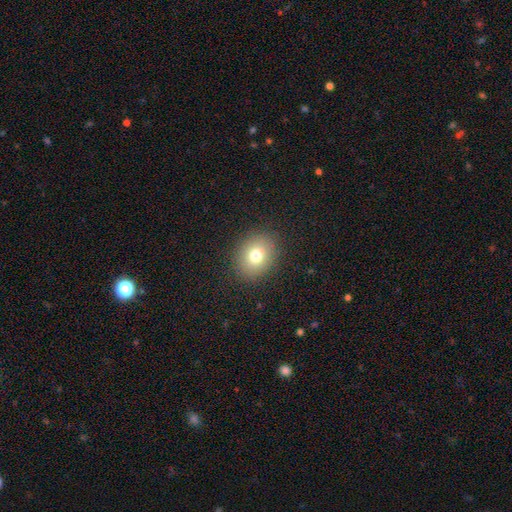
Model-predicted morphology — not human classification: The model was most divided on "how rounded": round: 55%, in between: 44%, cigar-shaped: 1%. More confident: merging — none (88%); smooth or featured — smooth (76%).